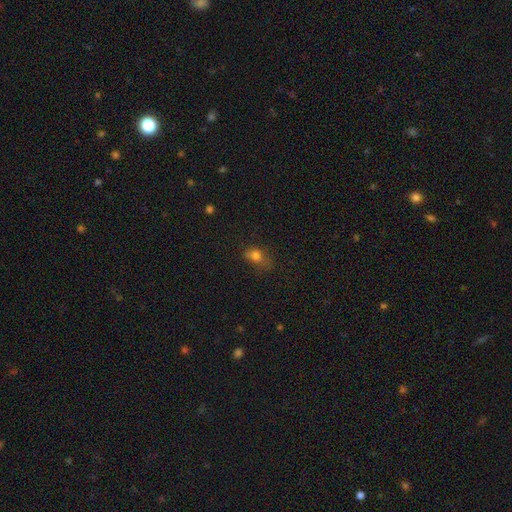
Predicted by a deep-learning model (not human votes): Overall: smooth (75%). How rounded: in between (62%; round 35%). Merging: none (46%; minor disturbance 33%).